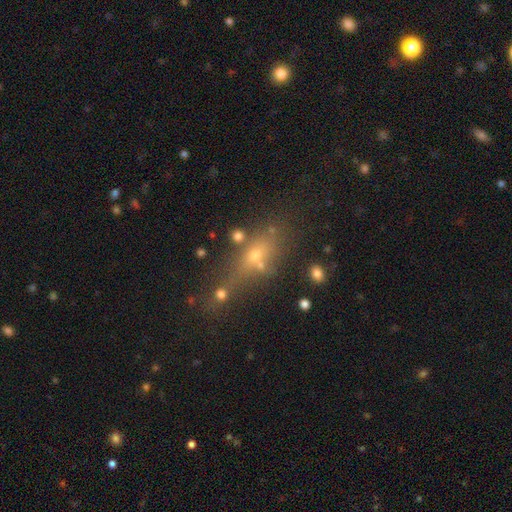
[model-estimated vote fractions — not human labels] This is marginally a smooth galaxy (38%). Merging: possibly none (53%).